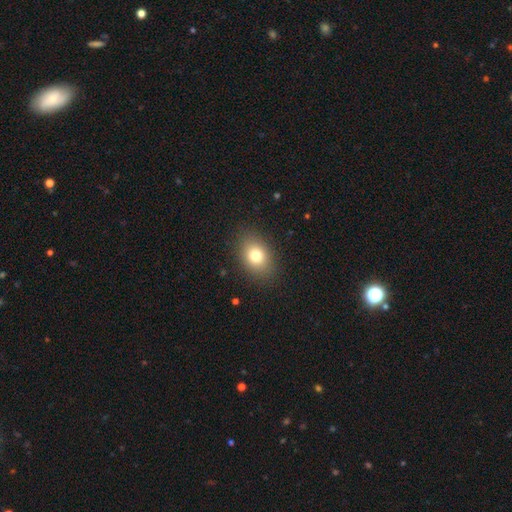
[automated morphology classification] smooth_or_featured: smooth (p=0.77) [alt: star or artifact p=0.12]
how_rounded: in between (p=0.66) [alt: round p=0.32]
merging: none (p=0.87) [alt: minor disturbance p=0.09]